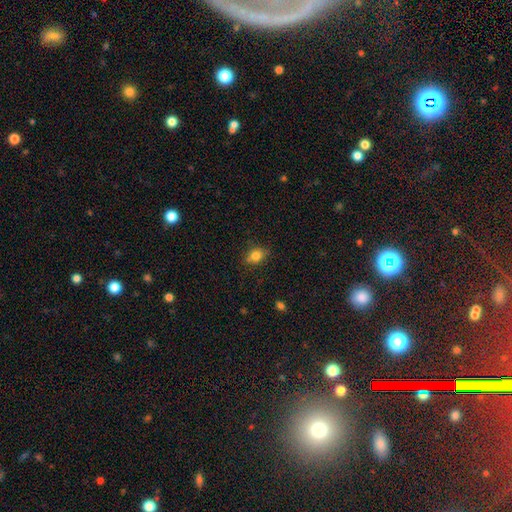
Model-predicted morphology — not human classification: Smooth or featured: smooth — 81% (star or artifact — 10%)
How rounded: in between — 61% (round — 38%)
Merging: none — 81% (minor disturbance — 15%)